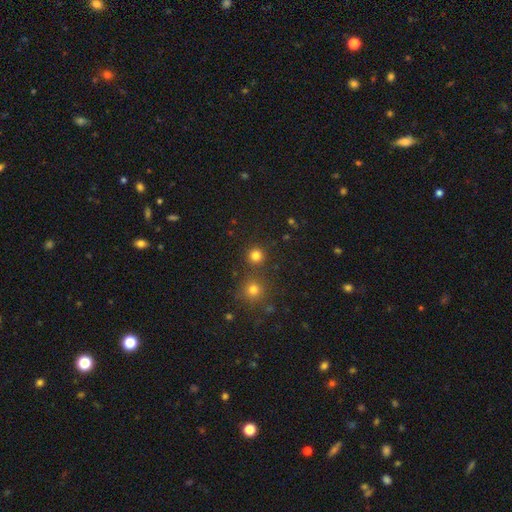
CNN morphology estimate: type=smooth (80%); roundness=round (94%); merging=none (85%).